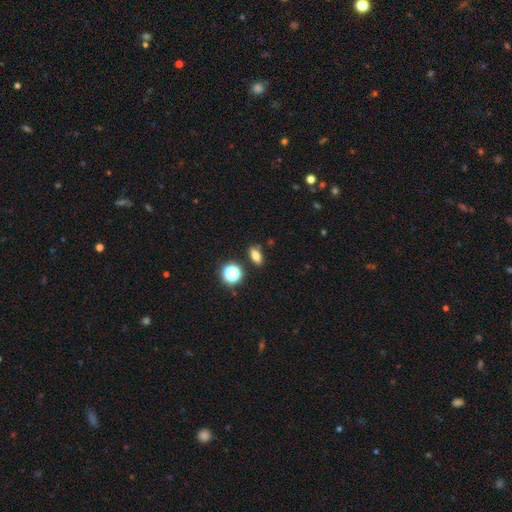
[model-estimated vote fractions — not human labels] Smooth or featured? Predicted: smooth (p=0.75). How rounded? Predicted: in between (p=0.75). Merging? Predicted: none (p=0.83).